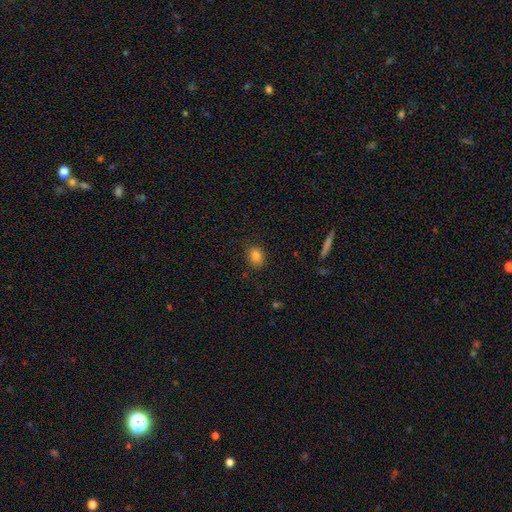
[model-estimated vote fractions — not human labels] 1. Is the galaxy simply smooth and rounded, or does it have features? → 83% smooth, 12% star or artifact, 5% featured or disk.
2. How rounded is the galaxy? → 55% in between, 43% round, 1% cigar-shaped.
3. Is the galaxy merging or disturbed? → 80% none, 14% minor disturbance, 4% major disturbance, 2% merger.